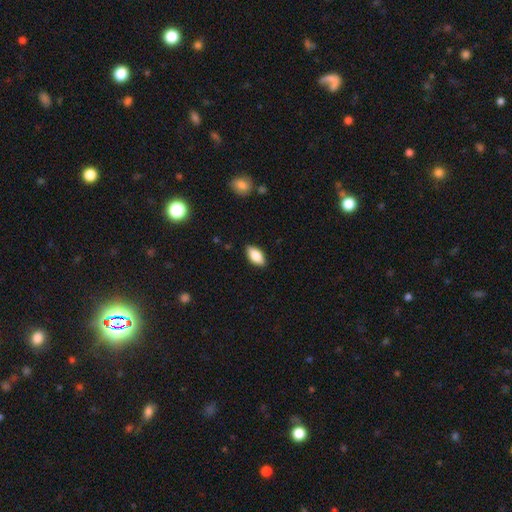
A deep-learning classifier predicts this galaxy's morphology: Smooth or featured: smooth — 80% (featured or disk — 13%)
How rounded: in between — 90% (cigar-shaped — 7%)
Merging: none — 88% (minor disturbance — 9%)